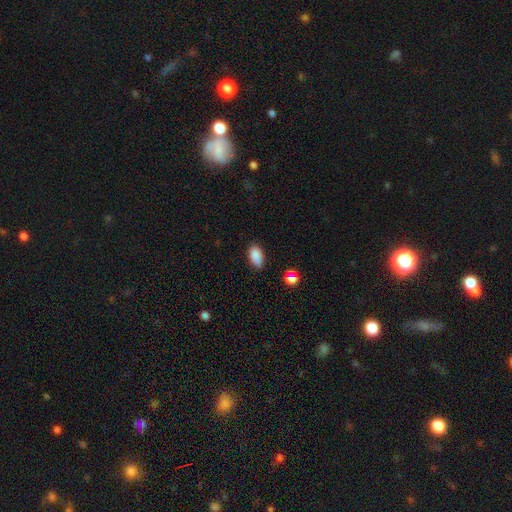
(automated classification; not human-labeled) Morphology: type=smooth (87%); roundness=in between (92%); merging=none (76%).